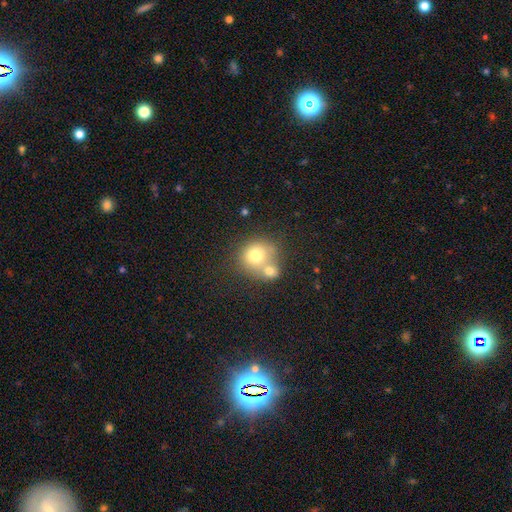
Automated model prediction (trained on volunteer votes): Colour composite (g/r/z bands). It shows a smooth galaxy with no disk features (72%) that is round (83%). Merging: merger (48%).